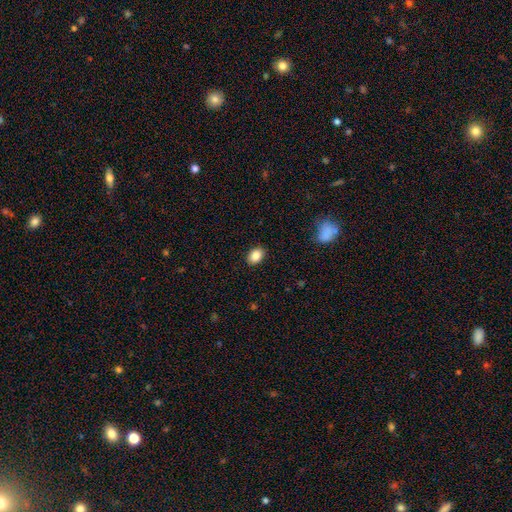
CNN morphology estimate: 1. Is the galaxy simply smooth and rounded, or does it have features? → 87% smooth, 8% star or artifact, 5% featured or disk.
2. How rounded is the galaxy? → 79% in between, 20% round, 1% cigar-shaped.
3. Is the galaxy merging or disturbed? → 89% none, 8% minor disturbance, 2% major disturbance, 1% merger.